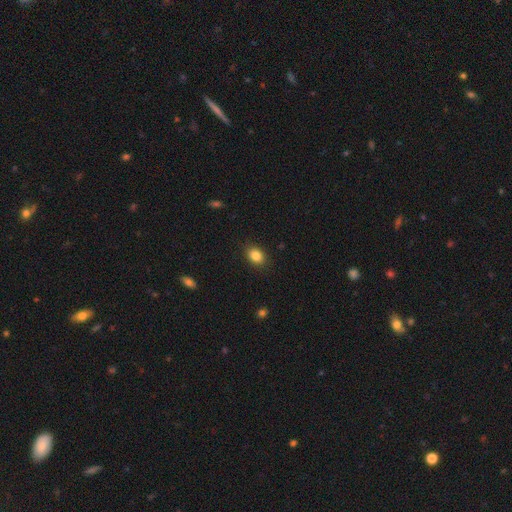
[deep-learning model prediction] Smooth or featured?
  - smooth: 85% *
  - star or artifact: 9%
  - featured or disk: 6%
How rounded?
  - in between: 71% *
  - round: 28%
  - cigar-shaped: 1%
Merging?
  - none: 88% *
  - minor disturbance: 9%
  - major disturbance: 2%
  - merger: 1%